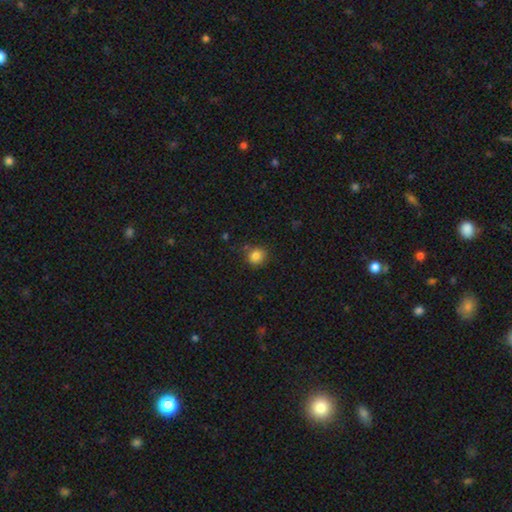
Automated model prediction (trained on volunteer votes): smooth_or_featured: smooth (p=0.83) [alt: star or artifact p=0.11]
how_rounded: round (p=0.84) [alt: in between p=0.16]
merging: none (p=0.79) [alt: minor disturbance p=0.14]